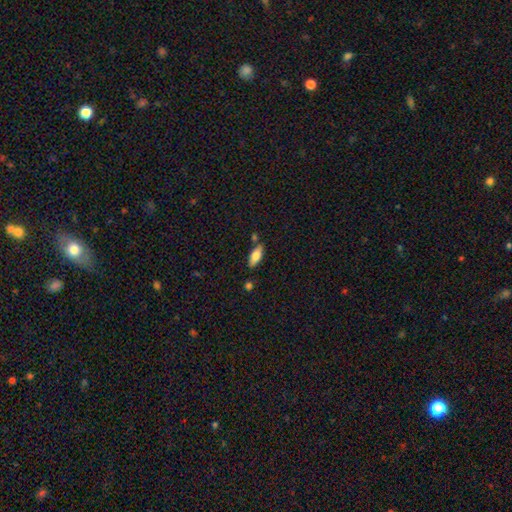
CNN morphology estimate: smooth_or_featured: smooth (p=0.77) [alt: featured or disk p=0.17]
how_rounded: in between (p=0.79) [alt: cigar-shaped p=0.19]
merging: none (p=0.78) [alt: minor disturbance p=0.13]